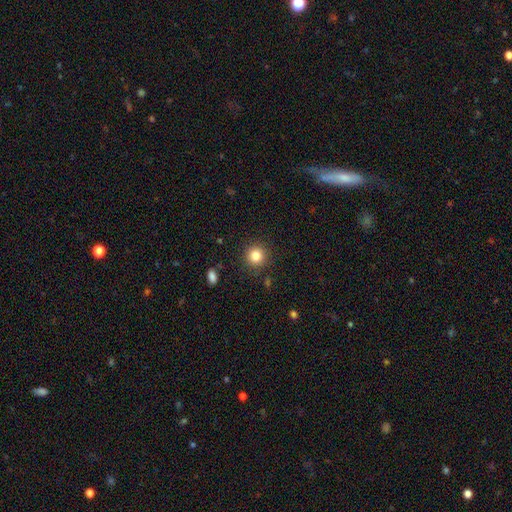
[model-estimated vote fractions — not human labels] This is clearly a smooth galaxy (82%). How rounded: clearly round (93%). Merging: clearly none (89%).